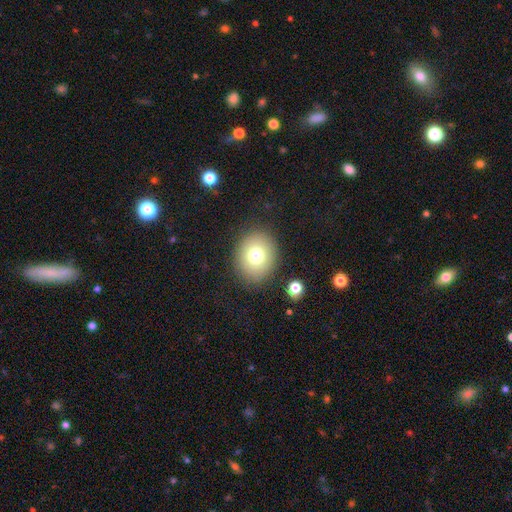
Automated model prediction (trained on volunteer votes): The model was most divided on "how rounded": round: 59%, in between: 40%, cigar-shaped: 1%. More confident: merging — none (86%); smooth or featured — smooth (75%).